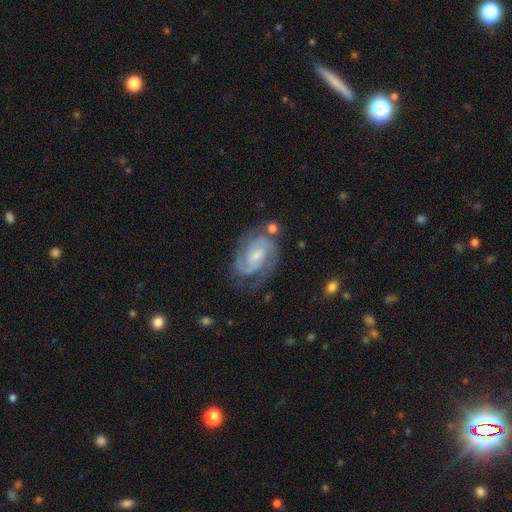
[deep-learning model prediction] Smooth or featured? Predicted: featured or disk (p=0.87). Edge-on disk? Predicted: no (p=0.97). Bar? Predicted: weak (p=0.48). Spiral arms? Predicted: yes (p=0.97). Spiral winding? Predicted: tight (p=0.50). Spiral arm count? Predicted: 2 (p=0.77). Bulge size? Predicted: small (p=0.54). Merging? Predicted: none (p=0.68).